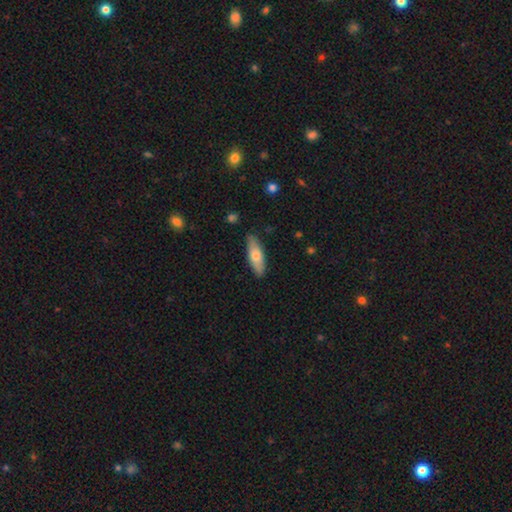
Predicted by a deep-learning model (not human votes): Overall: smooth (66%; featured or disk 28%). How rounded: in between (55%; cigar-shaped 43%). Merging: none (86%).